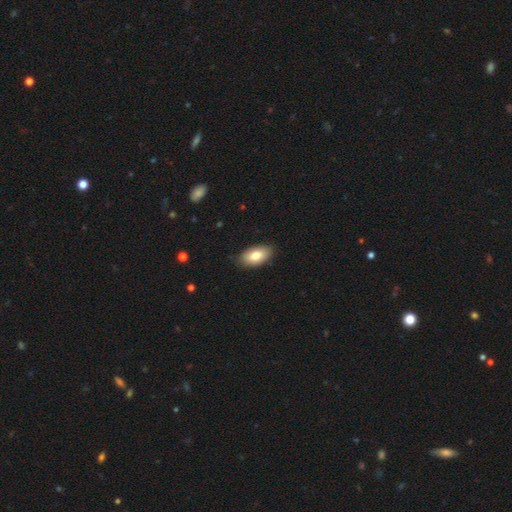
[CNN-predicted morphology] Smooth or featured: smooth — 79% (featured or disk — 14%)
How rounded: in between — 93% (round — 3%)
Merging: none — 85% (minor disturbance — 12%)